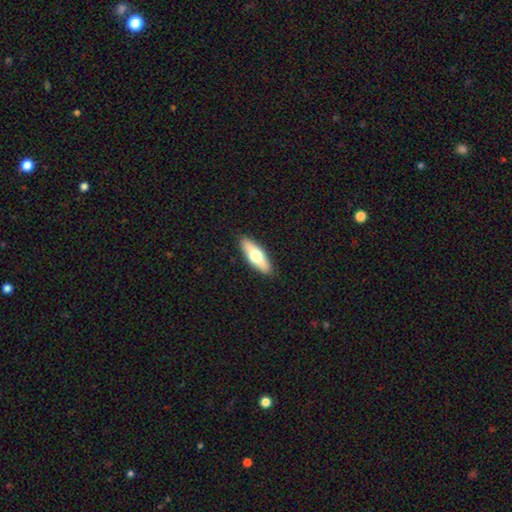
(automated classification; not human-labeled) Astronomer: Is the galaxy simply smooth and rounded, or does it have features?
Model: smooth — 57% (runner-up: featured or disk, 37%).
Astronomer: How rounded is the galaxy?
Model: in between — 55% (runner-up: cigar-shaped, 42%).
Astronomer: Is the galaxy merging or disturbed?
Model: none — 90%.